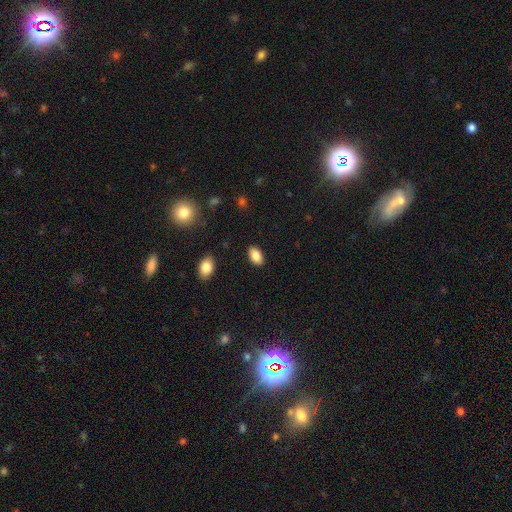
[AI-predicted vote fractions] Smooth or featured? smooth (87%)
How rounded? in between (92%)
Merging? none (88%)